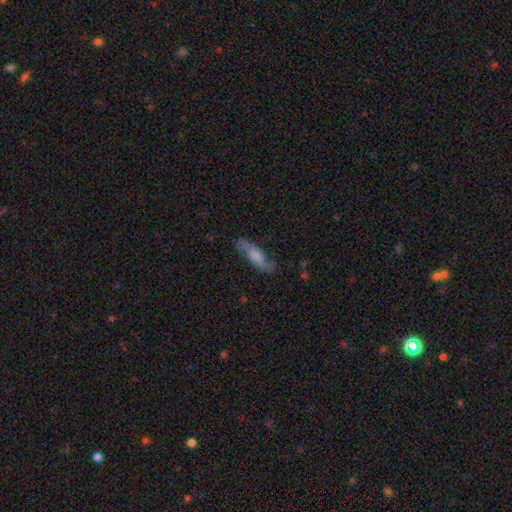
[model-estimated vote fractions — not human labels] This is possibly a featured or disk galaxy (48%). Merging: likely none (72%).